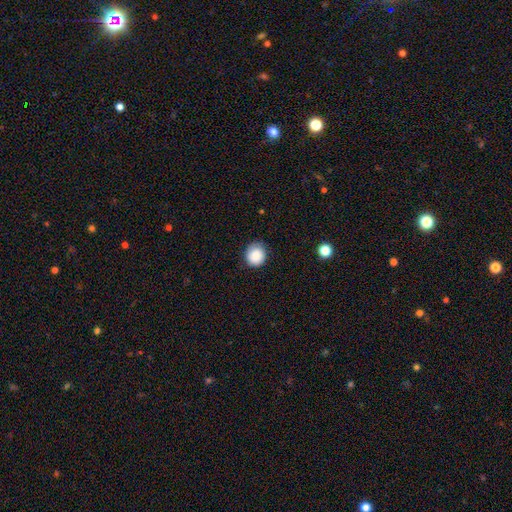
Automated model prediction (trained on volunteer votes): smooth-or-featured: smooth: 87% | star or artifact: 8% | featured or disk: 4%
  how-rounded: round: 86% | in between: 13% | cigar-shaped: 1%
  merging: none: 82% | minor disturbance: 14% | major disturbance: 3% | merger: 1%